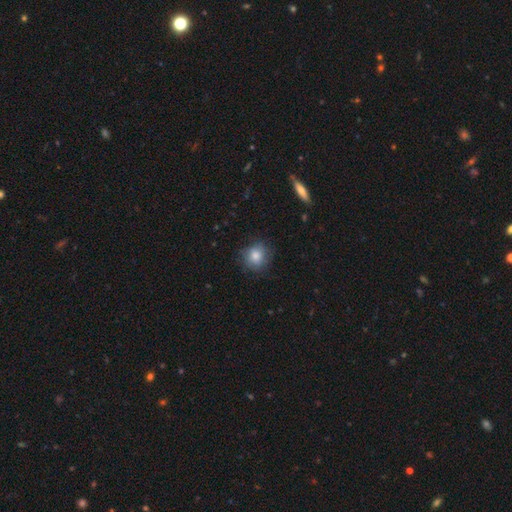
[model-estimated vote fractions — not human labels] Smooth or featured? smooth (81%)
How rounded? round (86%)
Merging? none (77%)